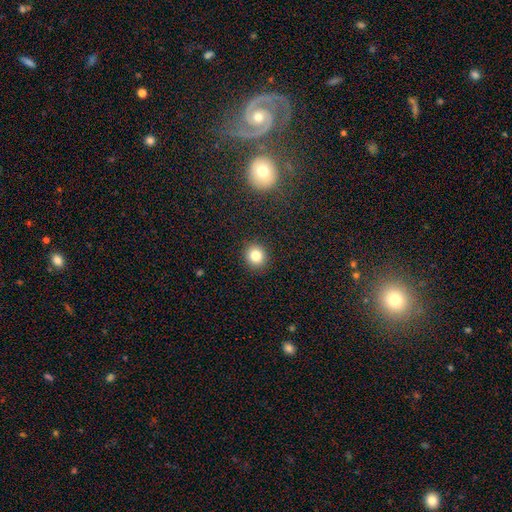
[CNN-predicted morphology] Overall: smooth (82%). How rounded: round (83%). Merging: none (91%).